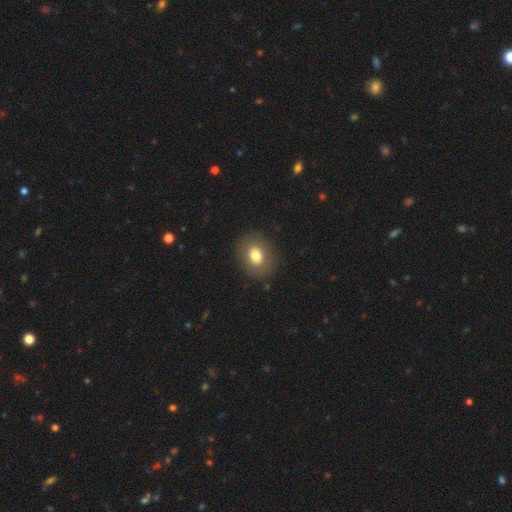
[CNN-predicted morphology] Overall: smooth (76%). How rounded: round (58%; in between 41%). Merging: none (87%).